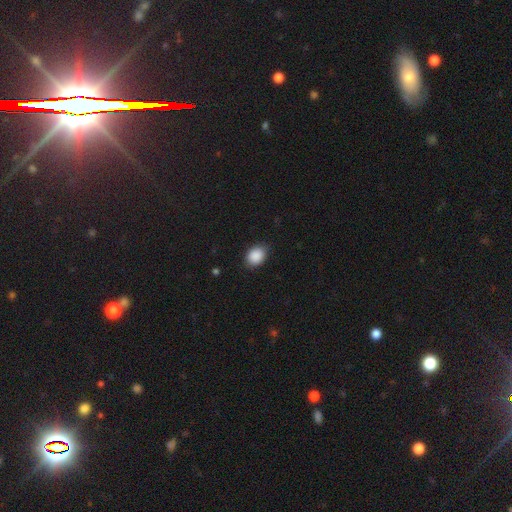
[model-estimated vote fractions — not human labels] Overall: smooth (89%). How rounded: in between (60%; round 39%). Merging: none (84%).